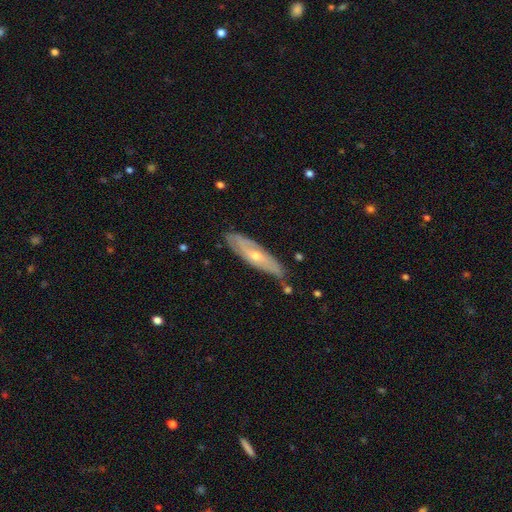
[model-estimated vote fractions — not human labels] Q: Smooth or featured?
A: featured or disk (62%); runner-up: smooth (32%)
Q: Edge-on disk?
A: no (61%); runner-up: yes (39%)
Q: Merging?
A: none (68%); runner-up: minor disturbance (23%)